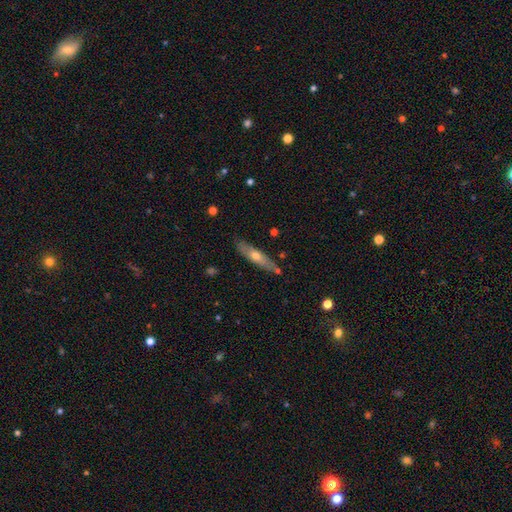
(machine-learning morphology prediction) Smooth or featured? featured or disk (50%)
Merging? none (82%)